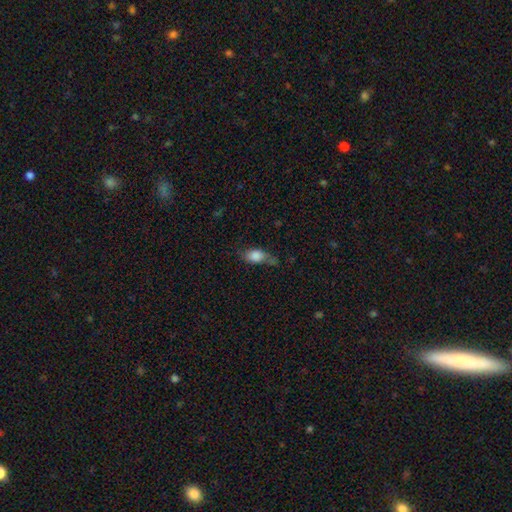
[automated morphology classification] Overall: smooth (79%). How rounded: in between (79%). Merging: none (40%; minor disturbance 35%).